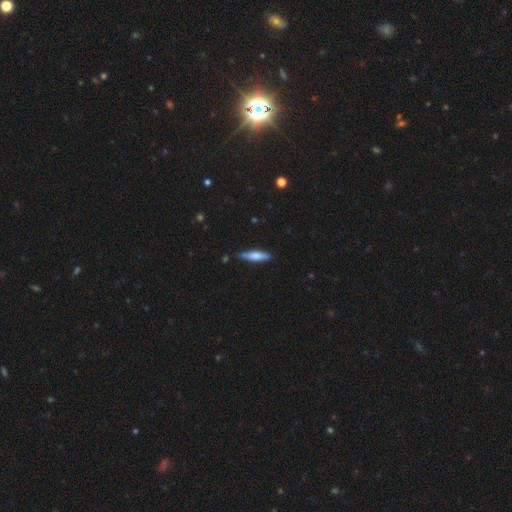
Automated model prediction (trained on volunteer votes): Smooth or featured?
  - smooth: 64% *
  - featured or disk: 30%
  - star or artifact: 6%
How rounded?
  - cigar-shaped: 77% *
  - in between: 21%
  - round: 2%
Merging?
  - none: 81% *
  - minor disturbance: 15%
  - major disturbance: 2%
  - merger: 2%